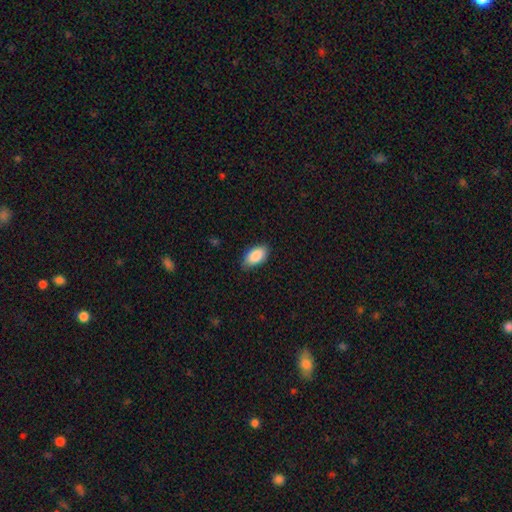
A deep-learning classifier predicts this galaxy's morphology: Smooth or featured? smooth (88%)
How rounded? in between (94%)
Merging? none (81%)